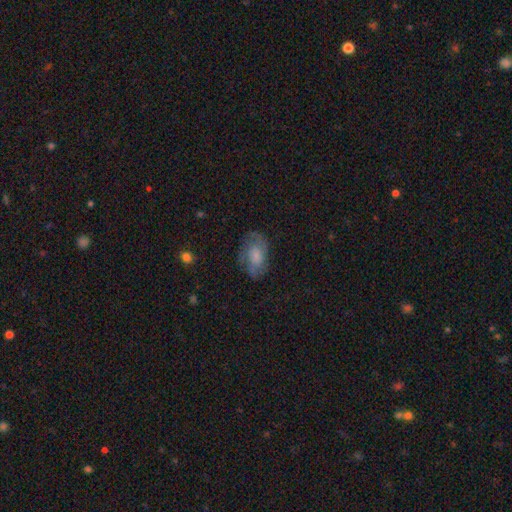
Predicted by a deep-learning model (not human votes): smooth 48%, featured or disk 44%, star or artifact 9%. Down the decision tree: merging — none (65%).